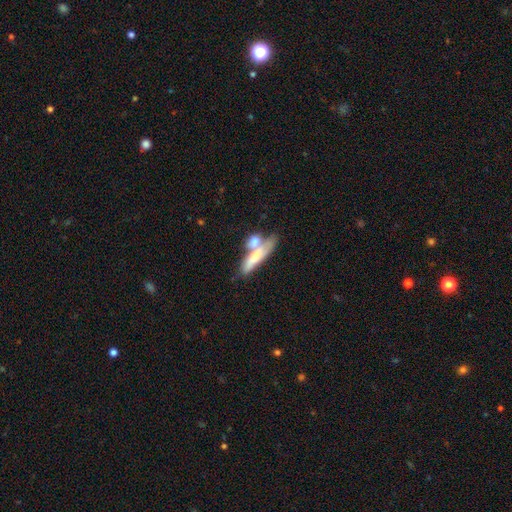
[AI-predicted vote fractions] smooth 61%, featured or disk 32%, star or artifact 7%. Down the decision tree: how rounded — cigar-shaped (61%); merging — merger (51%).